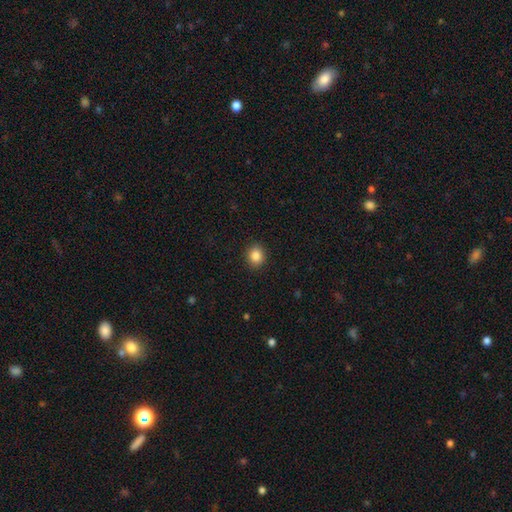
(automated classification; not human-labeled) Overall: smooth (86%). How rounded: round (70%). Merging: none (91%).